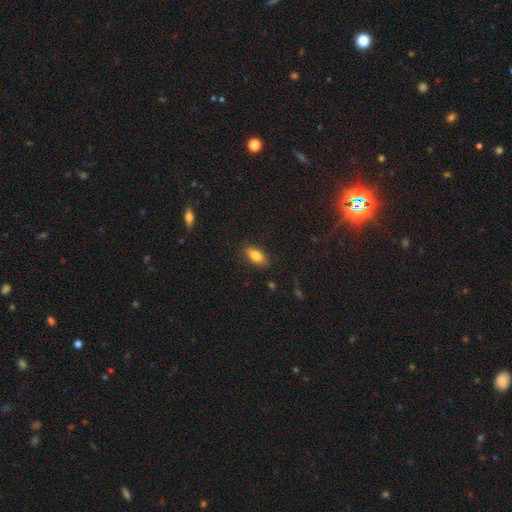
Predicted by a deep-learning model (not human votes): Morphology: type=smooth (80%); roundness=in between (85%); merging=none (86%).